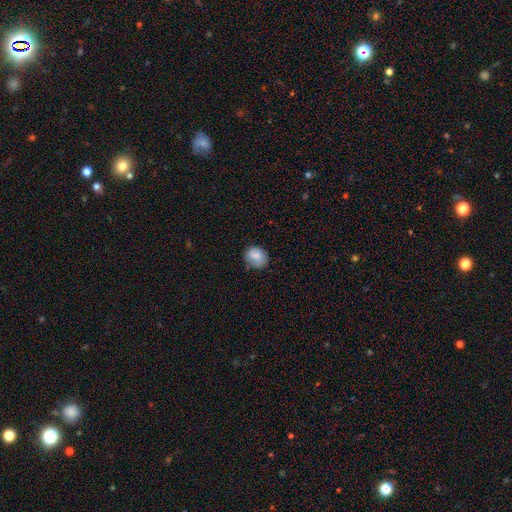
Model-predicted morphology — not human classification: type=smooth (77%); roundness=round (65%); merging=none (63%).